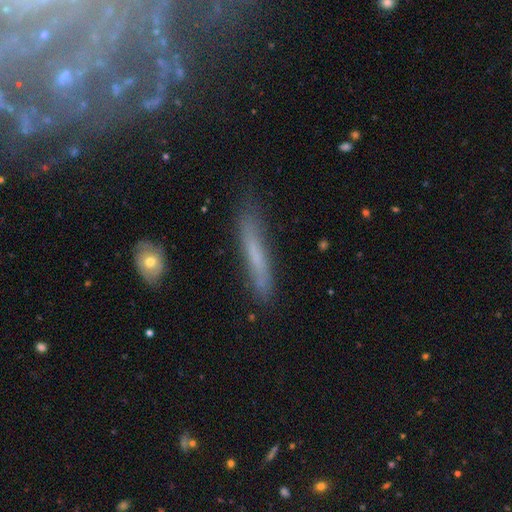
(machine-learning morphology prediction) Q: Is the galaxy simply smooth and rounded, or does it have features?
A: smooth — 55%.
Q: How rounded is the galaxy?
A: cigar-shaped — 92%.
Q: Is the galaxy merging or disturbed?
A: none — 76%.